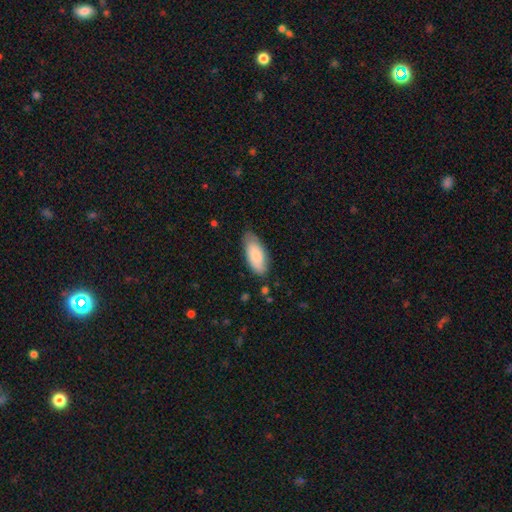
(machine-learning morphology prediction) This appears to be a smooth galaxy with no disk features (78%) that is in between round and cigar-shaped (87%). Merging: none (73%).